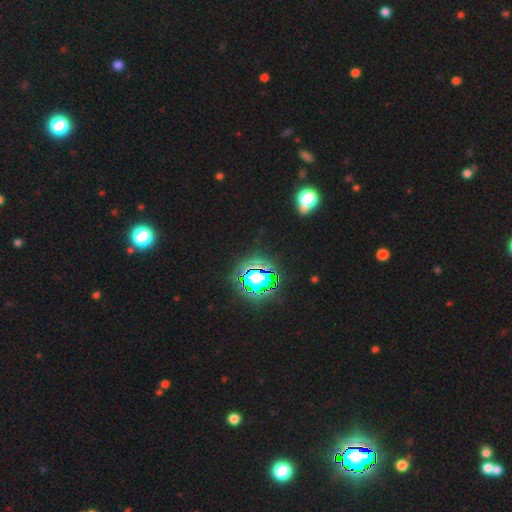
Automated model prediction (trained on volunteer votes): Smooth or featured: star or artifact — 82% (smooth — 11%)